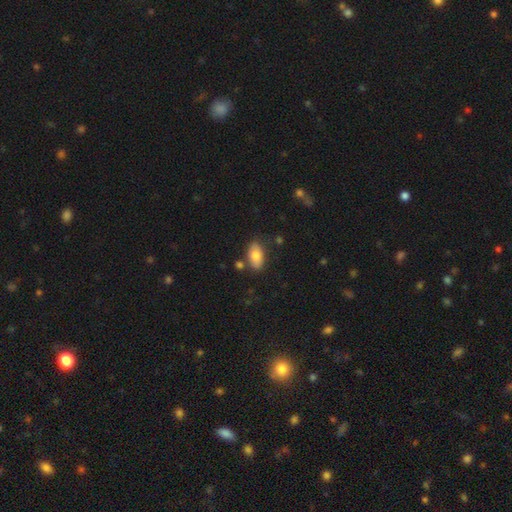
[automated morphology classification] Smooth or featured: smooth — 80% (featured or disk — 13%)
How rounded: in between — 92% (round — 4%)
Merging: none — 76% (minor disturbance — 14%)